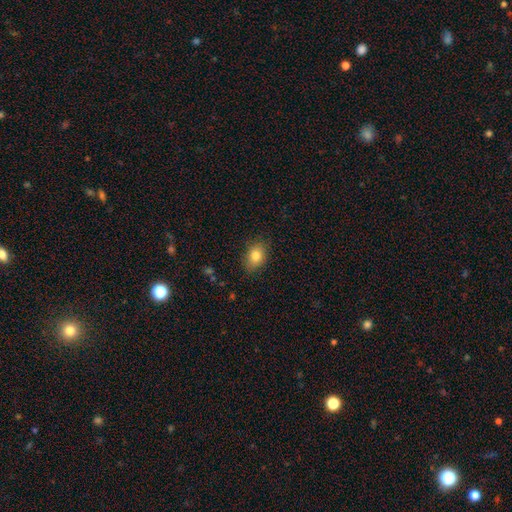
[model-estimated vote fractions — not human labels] Overall: smooth (82%). How rounded: in between (72%). Merging: none (83%).